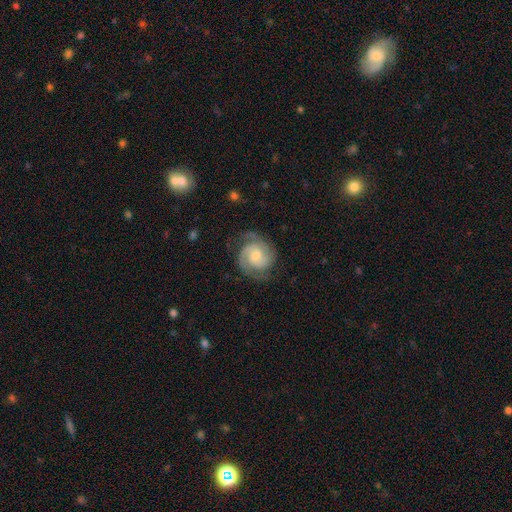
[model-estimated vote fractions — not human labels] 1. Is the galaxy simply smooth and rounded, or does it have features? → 86% featured or disk, 9% smooth, 5% star or artifact.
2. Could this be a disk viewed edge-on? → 98% no, 2% yes.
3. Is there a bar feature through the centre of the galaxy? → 56% no, 37% weak, 7% strong.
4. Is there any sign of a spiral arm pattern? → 98% yes, 2% no.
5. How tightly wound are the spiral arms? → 57% tight, 37% medium, 6% loose.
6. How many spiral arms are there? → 76% 2, 12% 3, 6% can't tell, 2% 1, 2% 4, 2% more than 4.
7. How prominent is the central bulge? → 46% small, 40% moderate, 7% none, 5% large, 1% dominant.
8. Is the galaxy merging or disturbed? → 76% none, 17% minor disturbance, 7% major disturbance, 1% merger.